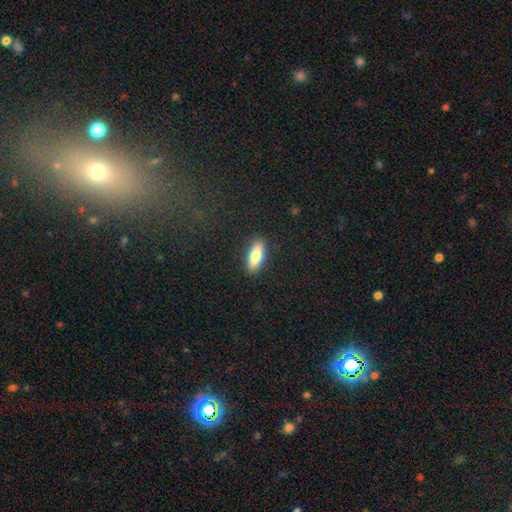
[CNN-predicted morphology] A smooth galaxy with no disk features (76%) that is in between round and cigar-shaped (65%). Merging: none (89%).